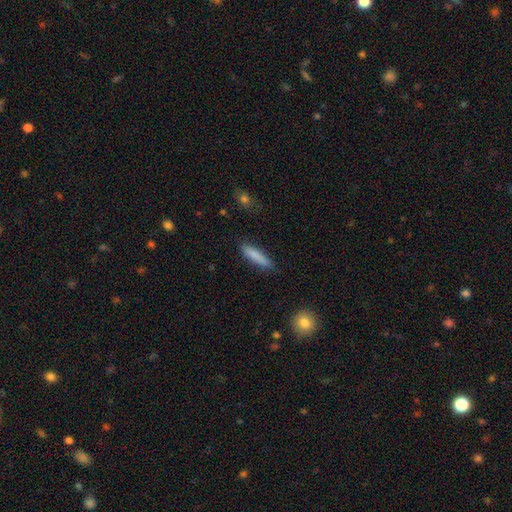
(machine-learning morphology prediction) smooth 83%, featured or disk 10%, star or artifact 6%. Down the decision tree: how rounded — cigar-shaped (81%); merging — none (85%).